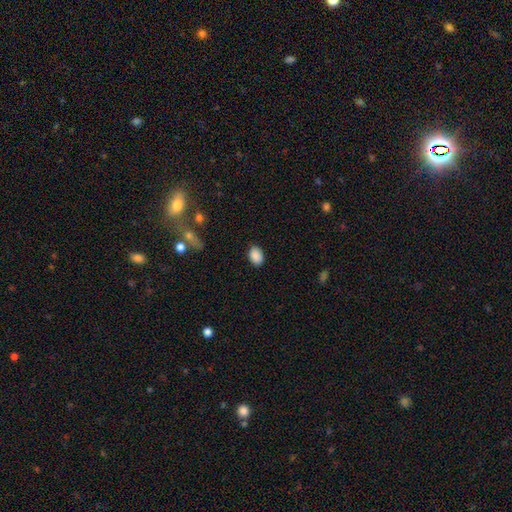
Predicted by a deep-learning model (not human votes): A smooth galaxy with no disk features (89%) that is in between round and cigar-shaped (82%). Merging: none (85%).